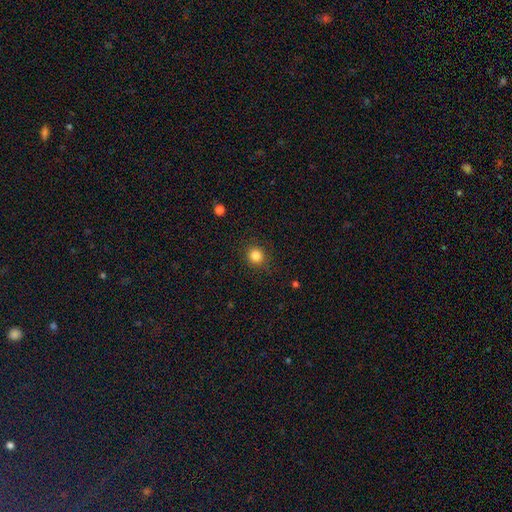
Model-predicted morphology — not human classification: Overall: smooth (84%). How rounded: round (89%). Merging: none (88%).